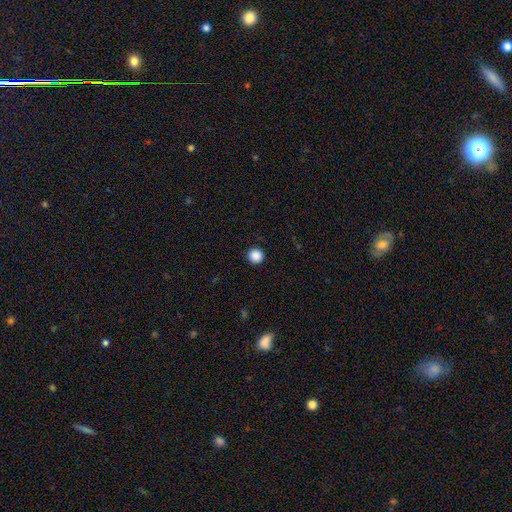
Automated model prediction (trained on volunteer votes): Overall: smooth (88%). How rounded: round (95%). Merging: none (93%).